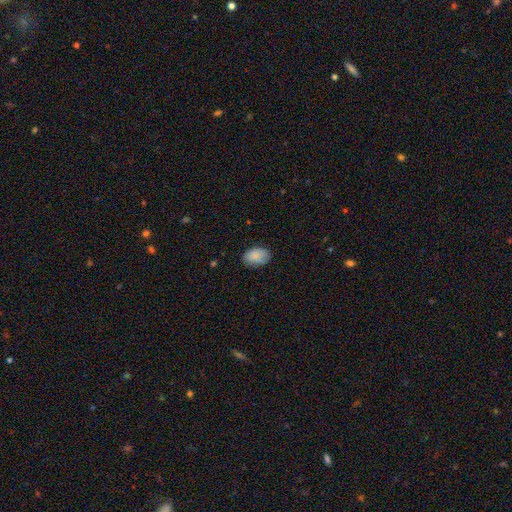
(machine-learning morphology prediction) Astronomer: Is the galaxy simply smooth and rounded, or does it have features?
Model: smooth — 85%.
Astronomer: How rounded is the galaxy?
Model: in between — 86%.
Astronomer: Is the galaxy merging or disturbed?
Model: none — 76%.